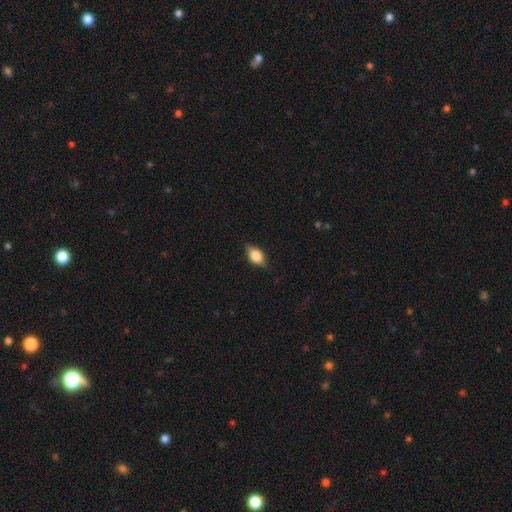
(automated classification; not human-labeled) Smooth or featured? Predicted: smooth (p=0.68). How rounded? Predicted: in between (p=0.83). Merging? Predicted: none (p=0.80).